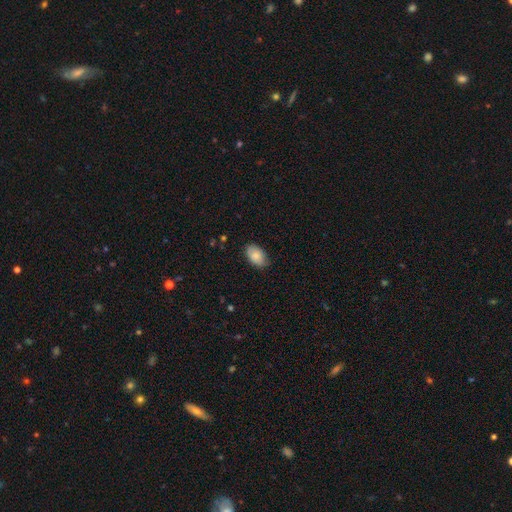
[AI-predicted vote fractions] A smooth galaxy with no disk features (81%) that is in between round and cigar-shaped (92%).

Vote fractions:
- Smooth or featured? smooth: 81% / featured or disk: 12% / star or artifact: 7%
- How rounded? in between: 92% / round: 7% / cigar-shaped: 1%
- Merging? none: 78% / minor disturbance: 18% / major disturbance: 3% / merger: 1%